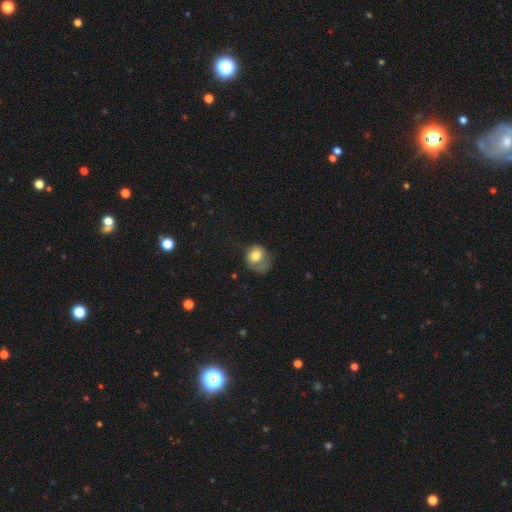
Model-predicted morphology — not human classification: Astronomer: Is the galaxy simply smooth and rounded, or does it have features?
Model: smooth — 71%.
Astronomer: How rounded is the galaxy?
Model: round — 62%.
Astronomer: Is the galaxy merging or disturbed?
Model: major disturbance — 40% (runner-up: none, 29%).